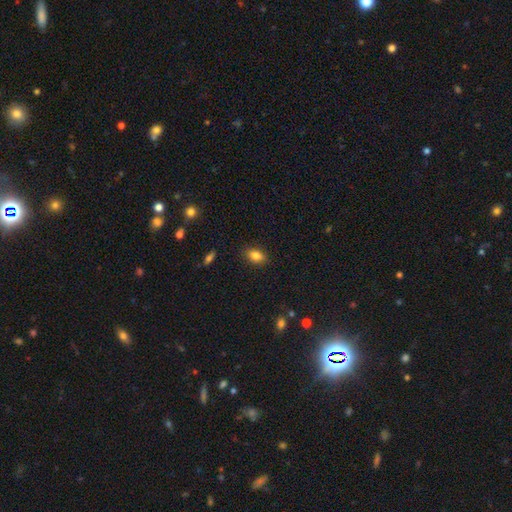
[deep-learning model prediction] smooth_or_featured: smooth (p=0.84) [alt: star or artifact p=0.09]
how_rounded: in between (p=0.84) [alt: round p=0.13]
merging: none (p=0.86) [alt: minor disturbance p=0.10]